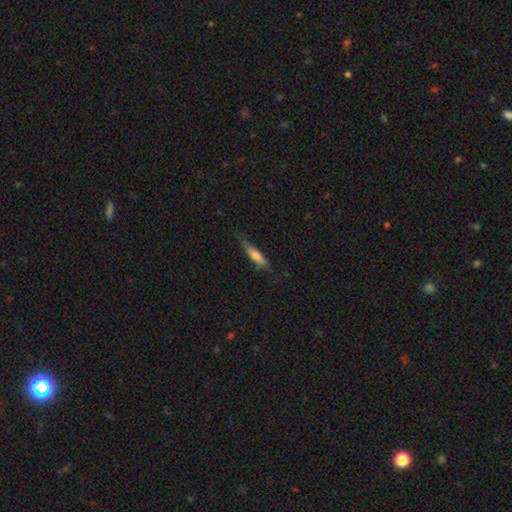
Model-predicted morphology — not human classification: This is likely a smooth galaxy (67%). How rounded: likely cigar-shaped (73%). Merging: likely none (61%).